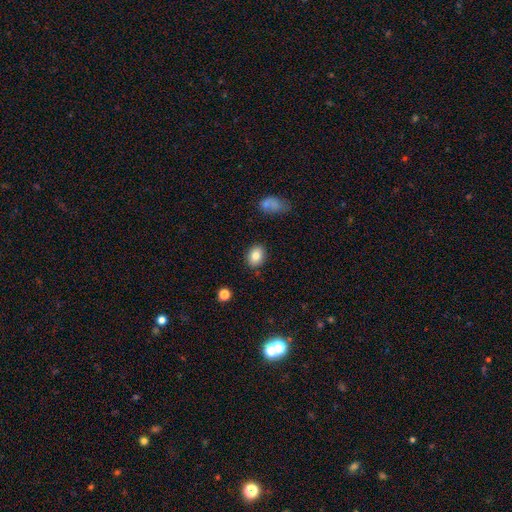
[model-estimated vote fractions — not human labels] Overall: smooth (83%). How rounded: in between (54%; round 45%). Merging: none (87%).